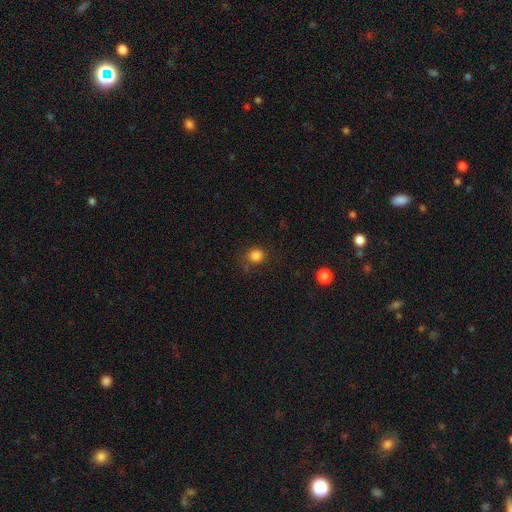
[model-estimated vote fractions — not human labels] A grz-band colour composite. It shows a smooth galaxy with no disk features (83%) that is round (86%). Merging: none (76%).